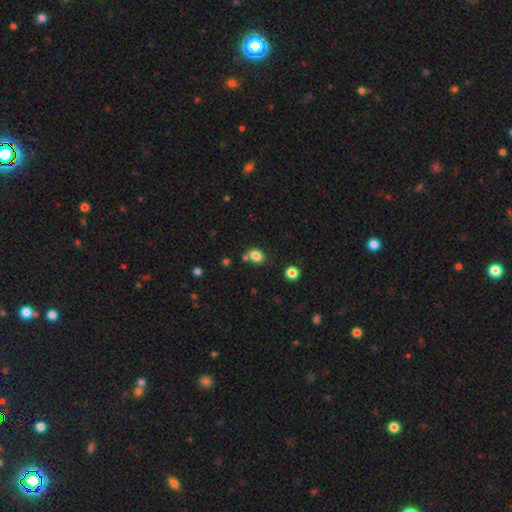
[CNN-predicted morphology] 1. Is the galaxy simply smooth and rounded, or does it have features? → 82% smooth, 11% star or artifact, 7% featured or disk.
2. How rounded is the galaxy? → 61% in between, 38% round, 1% cigar-shaped.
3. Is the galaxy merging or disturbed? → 67% none, 15% merger, 14% minor disturbance, 4% major disturbance.